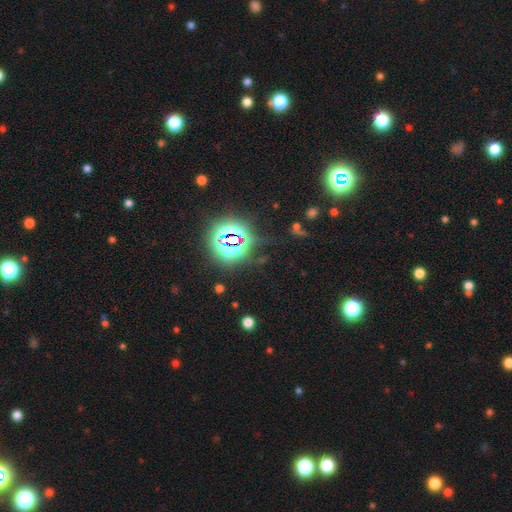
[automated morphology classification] Smooth or featured: star or artifact — 83% (smooth — 10%)